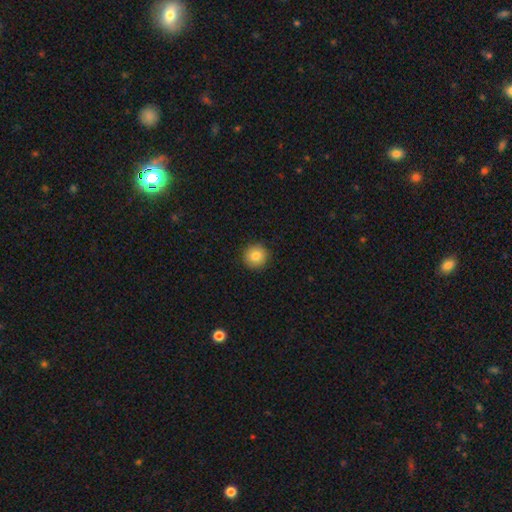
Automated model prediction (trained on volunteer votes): Morphology: type=smooth (85%); roundness=round (95%); merging=none (92%).